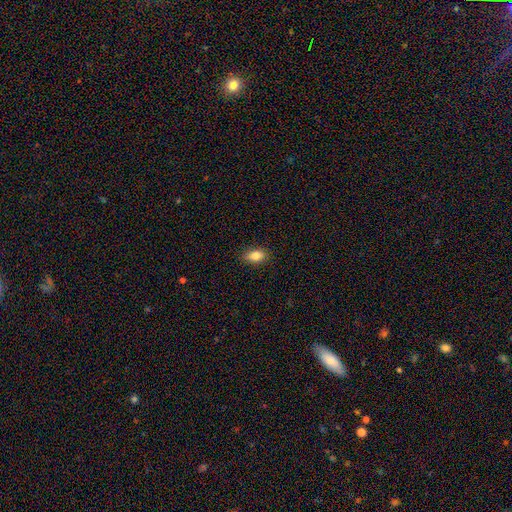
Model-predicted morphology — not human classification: This is clearly a smooth galaxy (83%). How rounded: clearly in between (87%). Merging: clearly none (87%).